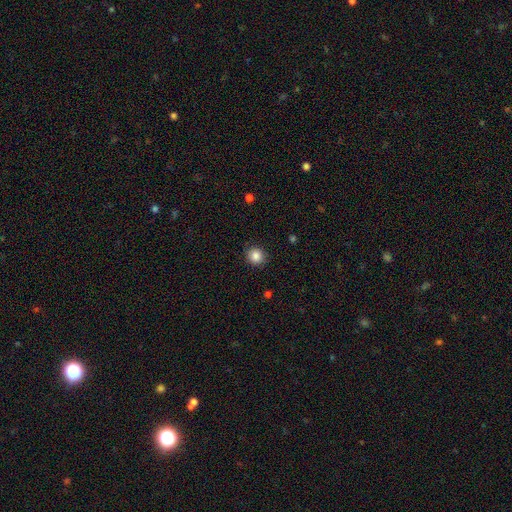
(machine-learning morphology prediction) type=smooth (86%); roundness=round (90%); merging=none (89%).